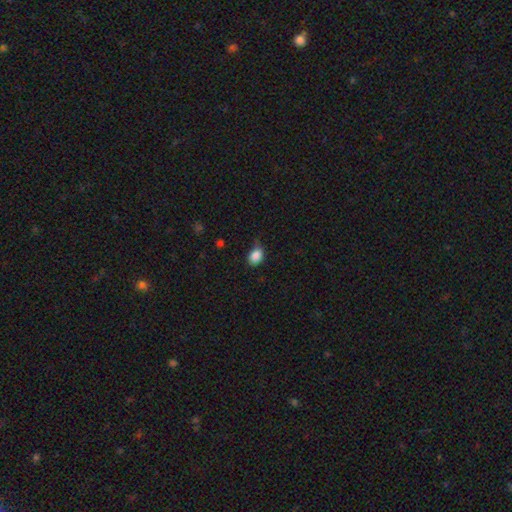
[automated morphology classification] This appears to be a smooth galaxy with no disk features (87%) that is in between round and cigar-shaped (72%). Merging: none (64%).